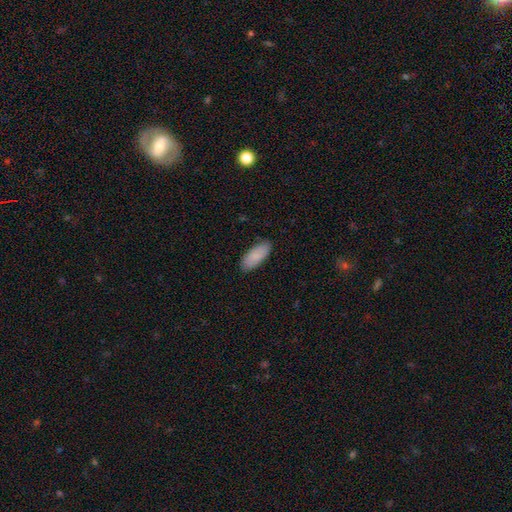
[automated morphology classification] This appears to be a smooth galaxy with no disk features (87%) that is in between round and cigar-shaped (84%). Merging: none (87%).